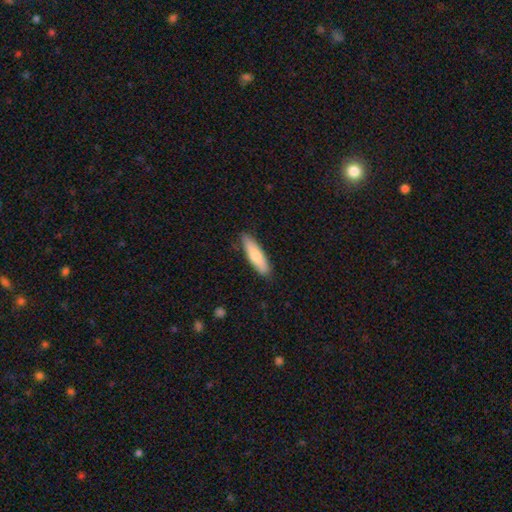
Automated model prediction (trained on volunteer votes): The model was most divided on "how rounded": cigar-shaped: 64%, in between: 35%, round: 2%. More confident: merging — none (86%); smooth or featured — smooth (75%).